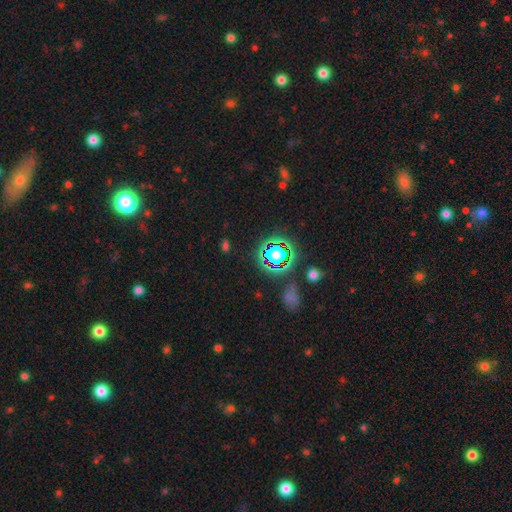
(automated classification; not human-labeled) This appears to be a star or artifact, not a galaxy (77%).